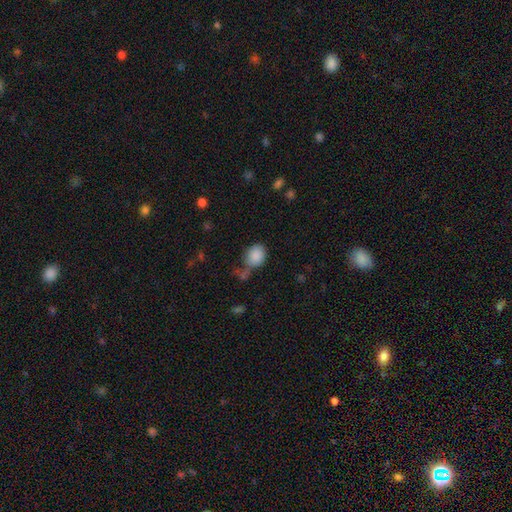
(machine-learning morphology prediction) type=smooth (87%); roundness=round (53%); merging=none (59%).